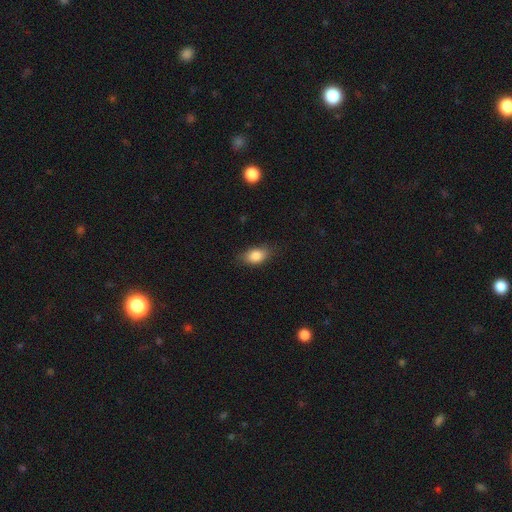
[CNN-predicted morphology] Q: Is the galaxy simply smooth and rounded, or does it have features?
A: smooth — 85%.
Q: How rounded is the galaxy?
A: in between — 86%.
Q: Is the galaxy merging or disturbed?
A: none — 78%.